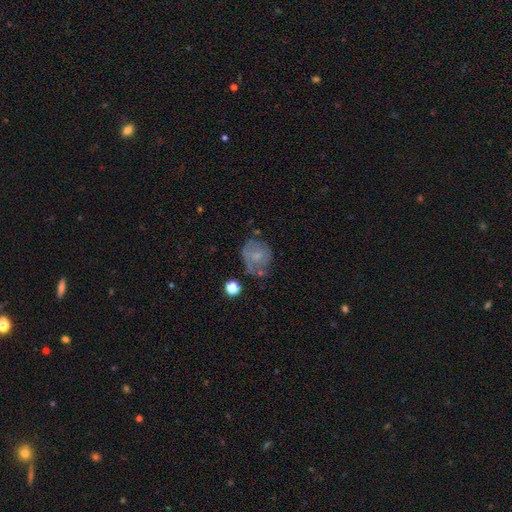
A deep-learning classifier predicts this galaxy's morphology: Smooth or featured?
  - smooth: 49% *
  - featured or disk: 40%
  - star or artifact: 10%
Merging?
  - none: 46% *
  - minor disturbance: 28%
  - major disturbance: 19%
  - merger: 6%